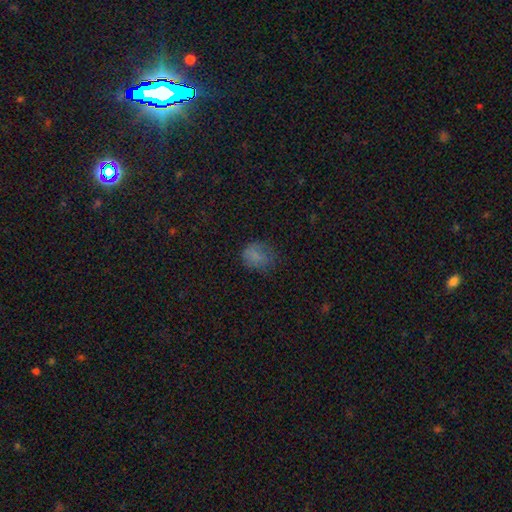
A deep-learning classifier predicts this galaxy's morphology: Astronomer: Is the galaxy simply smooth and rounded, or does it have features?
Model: smooth — 72%.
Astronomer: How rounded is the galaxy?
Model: round — 59% (runner-up: in between, 40%).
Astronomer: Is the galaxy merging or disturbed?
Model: none — 60%.